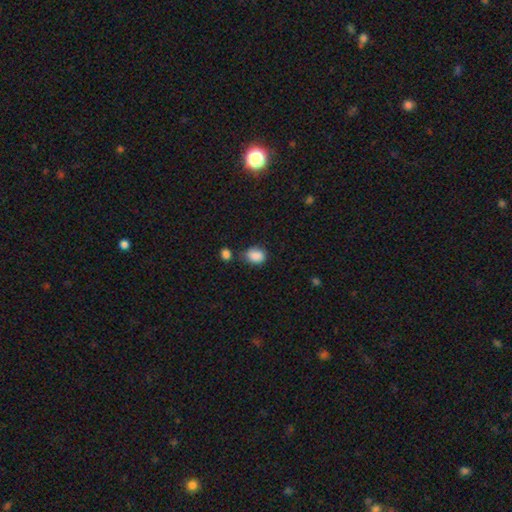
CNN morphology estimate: Smooth or featured: smooth — 88% (star or artifact — 9%)
How rounded: in between — 66% (round — 33%)
Merging: none — 61% (minor disturbance — 23%)